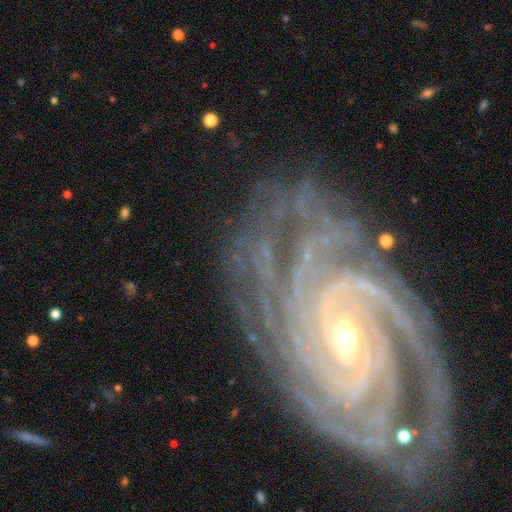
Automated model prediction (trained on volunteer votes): Smooth or featured? featured or disk (88%)
Edge-on disk? no (96%)
Bar? weak (37%)
Spiral arms? yes (98%)
Spiral winding? tight (79%)
Spiral arm count? more than 4 (29%)
Bulge size? small (60%)
Merging? none (74%)